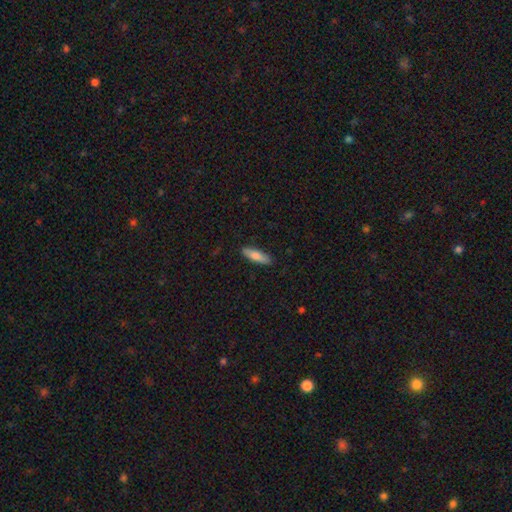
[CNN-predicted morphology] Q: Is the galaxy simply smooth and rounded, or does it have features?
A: smooth — 79%.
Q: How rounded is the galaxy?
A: cigar-shaped — 62%.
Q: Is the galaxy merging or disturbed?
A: none — 88%.